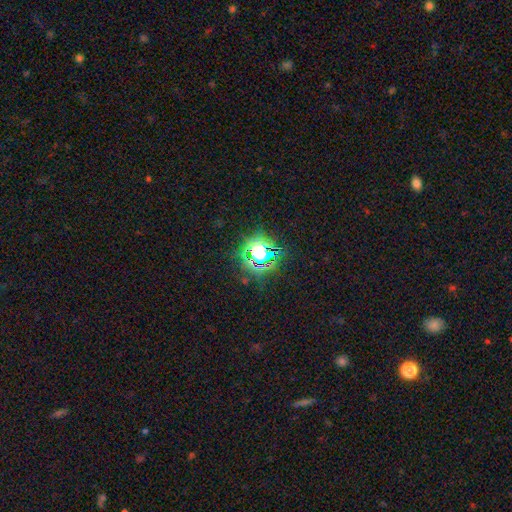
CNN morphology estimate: star or artifact 70%, smooth 20%, featured or disk 10%.